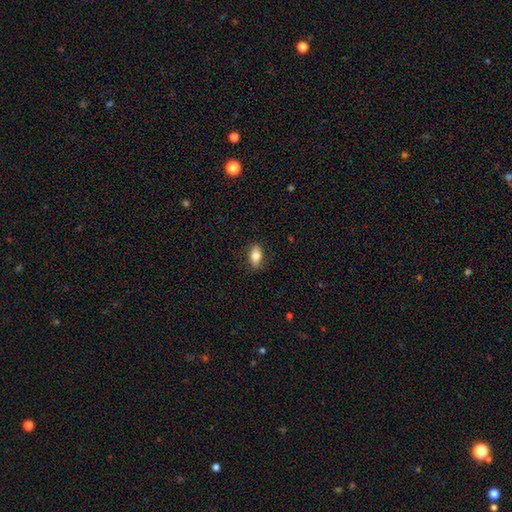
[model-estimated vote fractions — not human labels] Q: Smooth or featured?
A: smooth (81%); runner-up: featured or disk (11%)
Q: How rounded?
A: in between (87%); runner-up: round (8%)
Q: Merging?
A: none (86%); runner-up: minor disturbance (11%)